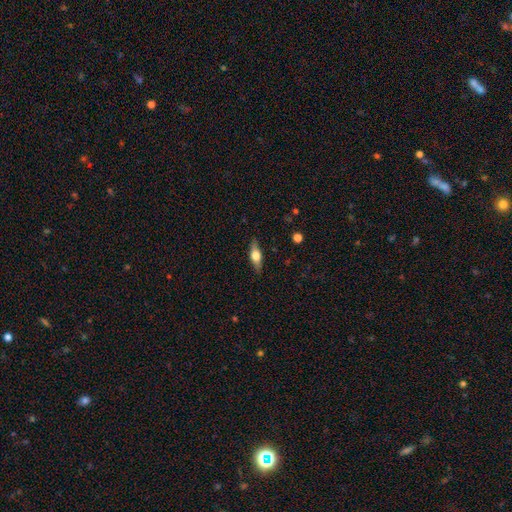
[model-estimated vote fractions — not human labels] featured or disk 49%, smooth 44%, star or artifact 7%. Down the decision tree: merging — none (86%).